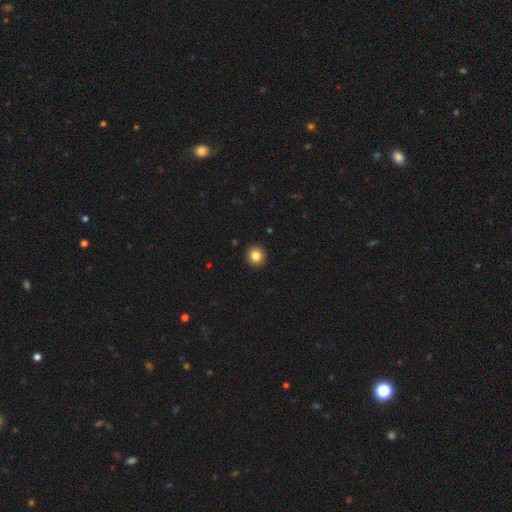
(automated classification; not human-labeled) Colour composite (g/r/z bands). It shows a smooth galaxy with no disk features (84%) that is round (91%). Merging: none (93%).